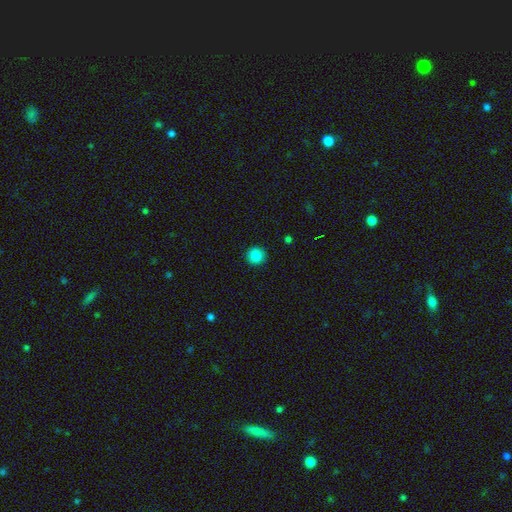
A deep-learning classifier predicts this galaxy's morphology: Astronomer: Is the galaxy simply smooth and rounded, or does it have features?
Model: smooth — 87%.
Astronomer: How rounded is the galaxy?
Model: round — 94%.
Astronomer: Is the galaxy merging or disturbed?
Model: none — 92%.